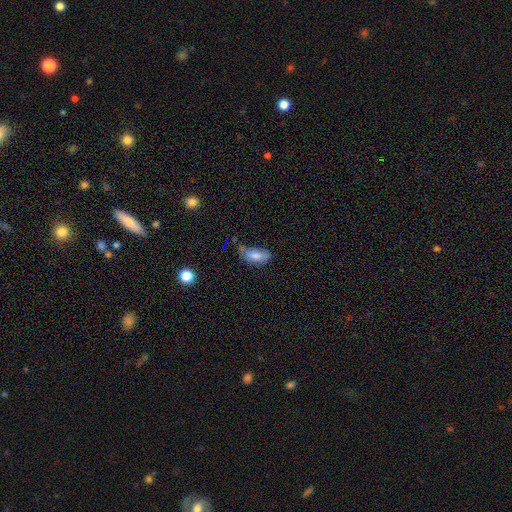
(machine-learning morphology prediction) smooth_or_featured: smooth (p=0.79) [alt: featured or disk p=0.12]
how_rounded: in between (p=0.89) [alt: cigar-shaped p=0.08]
merging: none (p=0.44) [alt: minor disturbance p=0.34]